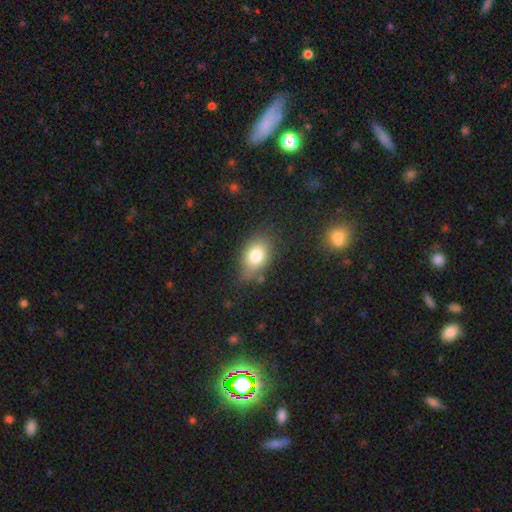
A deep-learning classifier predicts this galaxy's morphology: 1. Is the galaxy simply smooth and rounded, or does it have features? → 79% smooth, 12% featured or disk, 9% star or artifact.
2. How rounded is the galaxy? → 83% in between, 16% round, 2% cigar-shaped.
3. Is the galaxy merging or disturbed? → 70% none, 21% minor disturbance, 5% major disturbance, 4% merger.